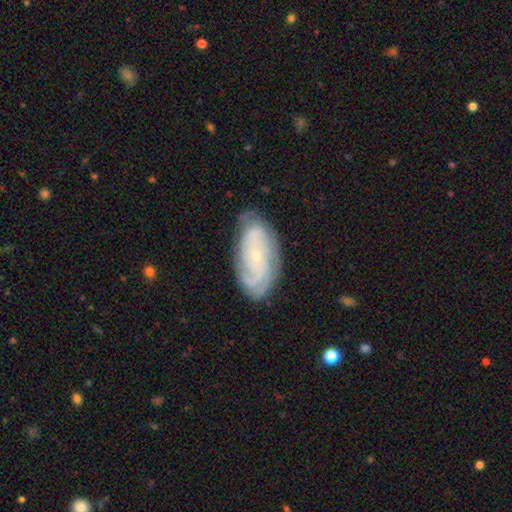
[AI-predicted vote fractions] Smooth or featured? Predicted: featured or disk (p=0.78). Edge-on disk? Predicted: no (p=0.94). Bar? Predicted: no (p=0.74). Spiral arms? Predicted: yes (p=0.94). Spiral winding? Predicted: tight (p=0.64). Spiral arm count? Predicted: can't tell (p=0.34). Bulge size? Predicted: small (p=0.81). Merging? Predicted: none (p=0.73).